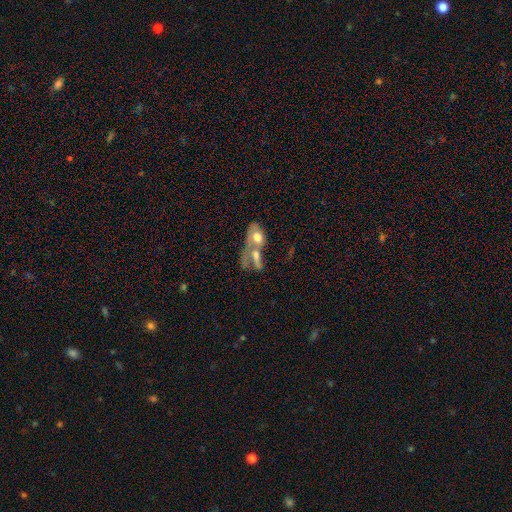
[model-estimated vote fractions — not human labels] smooth_or_featured: smooth (p=0.54) [alt: featured or disk p=0.37]
how_rounded: in between (p=0.73) [alt: round p=0.16]
merging: merger (p=0.71) [alt: none p=0.12]